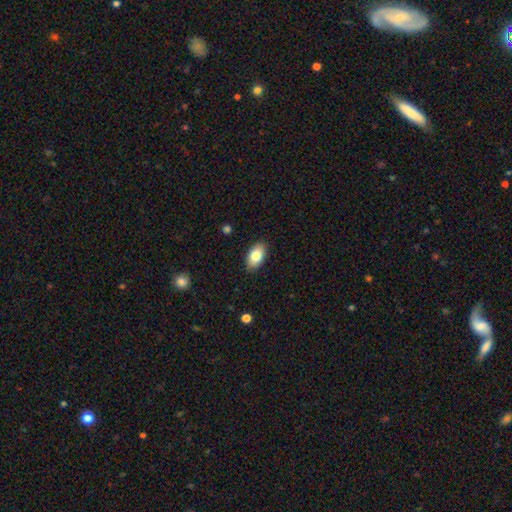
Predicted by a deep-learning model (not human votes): A smooth galaxy with no disk features (81%) that is in between round and cigar-shaped (93%). Merging: none (88%).